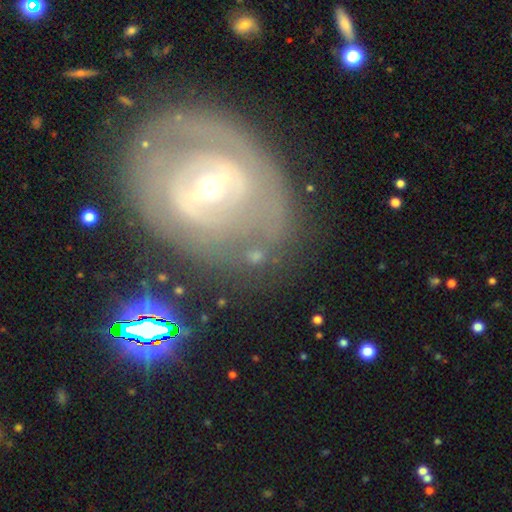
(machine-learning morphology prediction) This is possibly a featured or disk galaxy (53%). It is clearly not viewed edge-on (90%). Merging: likely none (65%).